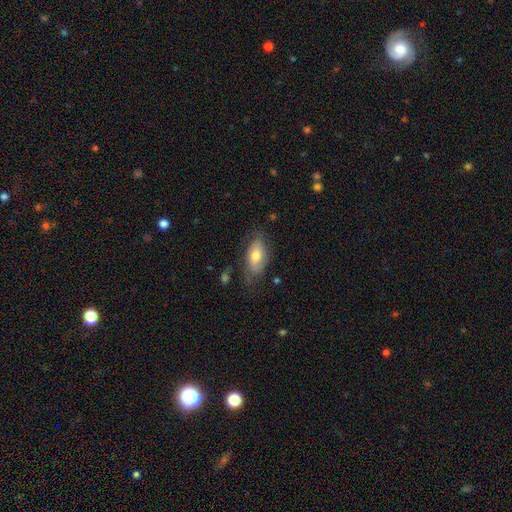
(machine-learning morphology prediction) Overall: smooth (60%; featured or disk 33%). How rounded: in between (88%). Merging: none (64%).